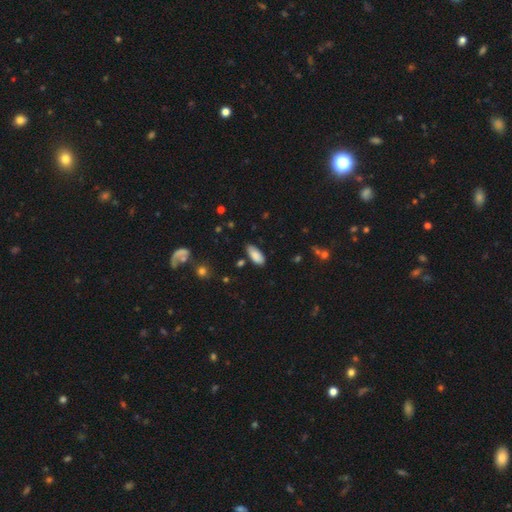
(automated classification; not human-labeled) smooth 87%, star or artifact 7%, featured or disk 6%. Down the decision tree: how rounded — in between (88%); merging — none (77%).